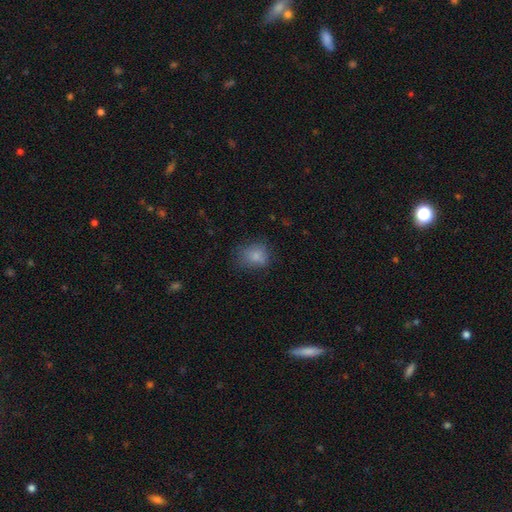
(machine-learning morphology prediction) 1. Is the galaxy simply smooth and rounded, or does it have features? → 80% smooth, 12% star or artifact, 8% featured or disk.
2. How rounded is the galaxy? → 58% round, 41% in between, 1% cigar-shaped.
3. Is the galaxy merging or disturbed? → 63% none, 25% minor disturbance, 10% major disturbance, 2% merger.